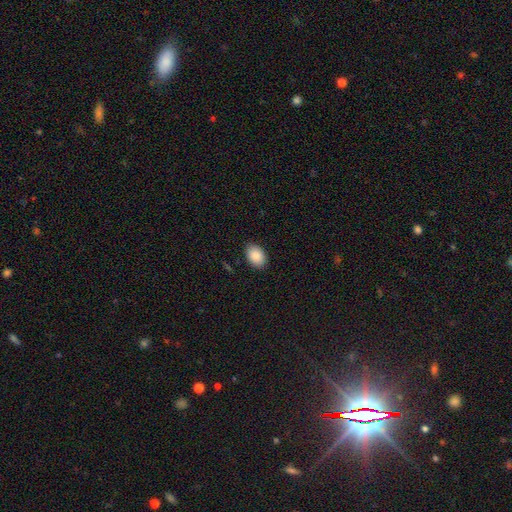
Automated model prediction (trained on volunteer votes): Smooth or featured? smooth (89%)
How rounded? in between (86%)
Merging? none (88%)